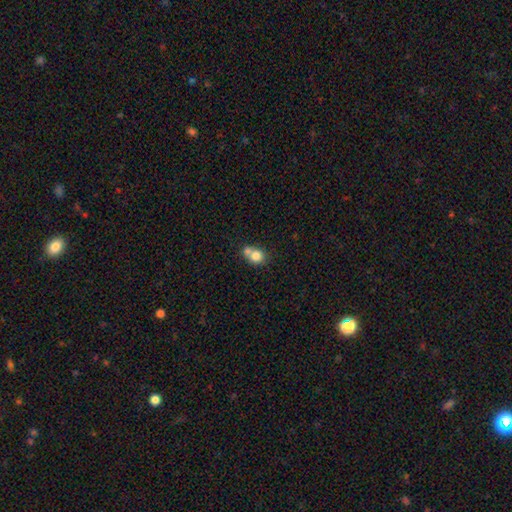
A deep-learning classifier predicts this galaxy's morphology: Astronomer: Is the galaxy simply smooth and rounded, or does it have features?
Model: smooth — 78%.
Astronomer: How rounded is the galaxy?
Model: round — 72%.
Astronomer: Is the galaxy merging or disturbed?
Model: merger — 56%.